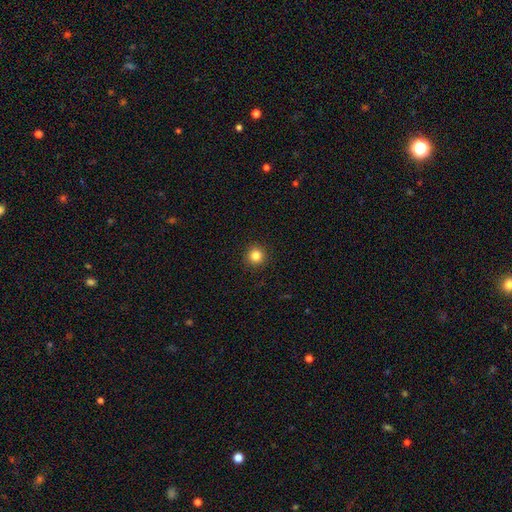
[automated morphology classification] Smooth or featured? Predicted: smooth (p=0.84). How rounded? Predicted: round (p=0.96). Merging? Predicted: none (p=0.93).